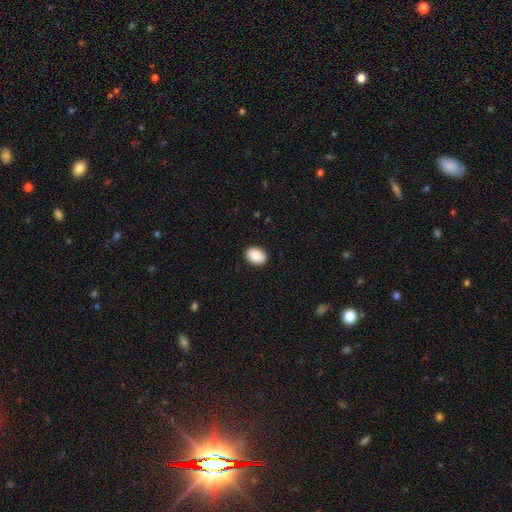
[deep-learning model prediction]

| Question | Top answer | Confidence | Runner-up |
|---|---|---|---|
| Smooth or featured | smooth | 91% | star or artifact (7%) |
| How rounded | in between | 79% | round (20%) |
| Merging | none | 91% | minor disturbance (7%) |